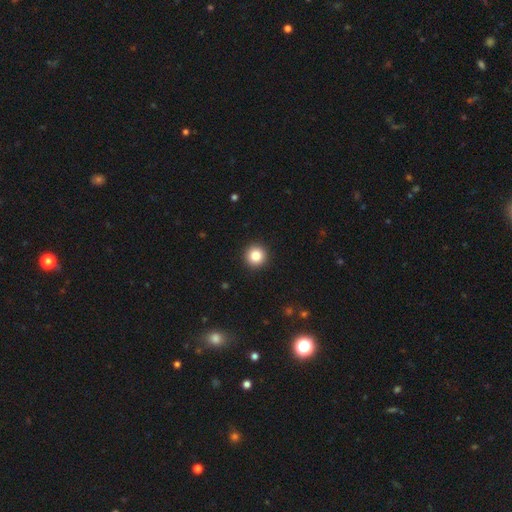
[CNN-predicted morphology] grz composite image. It shows a smooth galaxy with no disk features (85%) that is round (96%). Merging: none (93%).